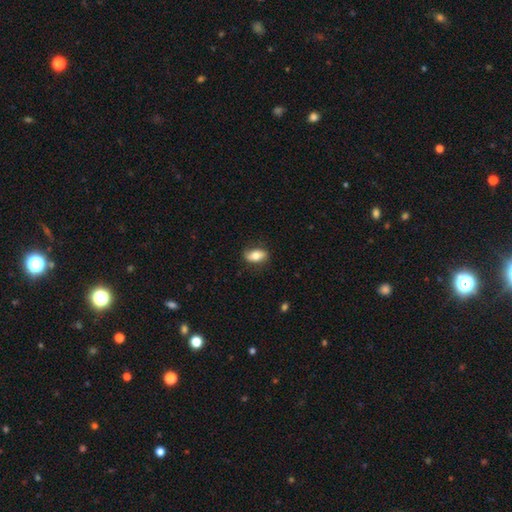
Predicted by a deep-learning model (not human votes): Smooth or featured: smooth — 72% (featured or disk — 22%)
How rounded: in between — 88% (round — 7%)
Merging: none — 80% (minor disturbance — 15%)